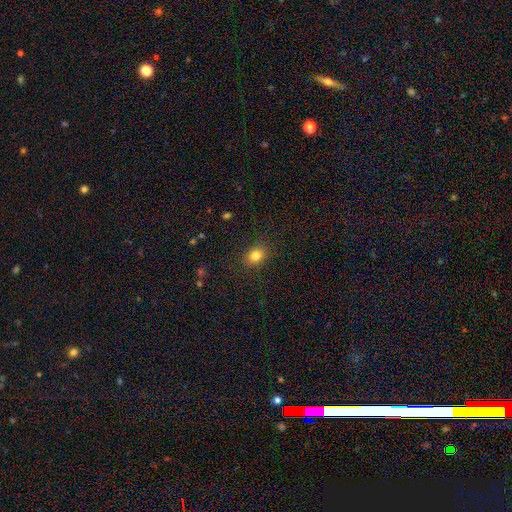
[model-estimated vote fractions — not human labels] A smooth galaxy with no disk features (82%) that is in between round and cigar-shaped (51%). Merging: none (87%).